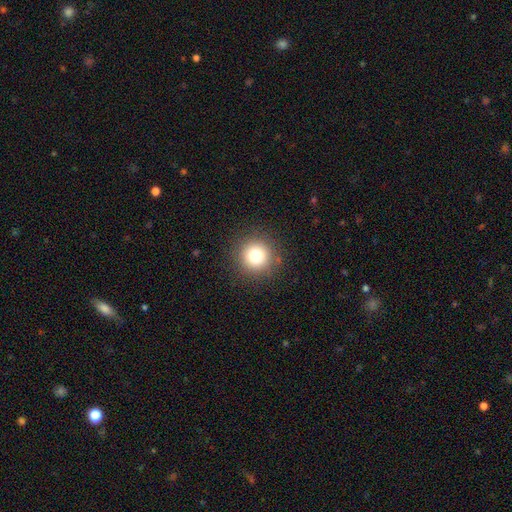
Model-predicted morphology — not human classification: Smooth or featured? Predicted: smooth (p=0.78). How rounded? Predicted: round (p=0.96). Merging? Predicted: none (p=0.90).